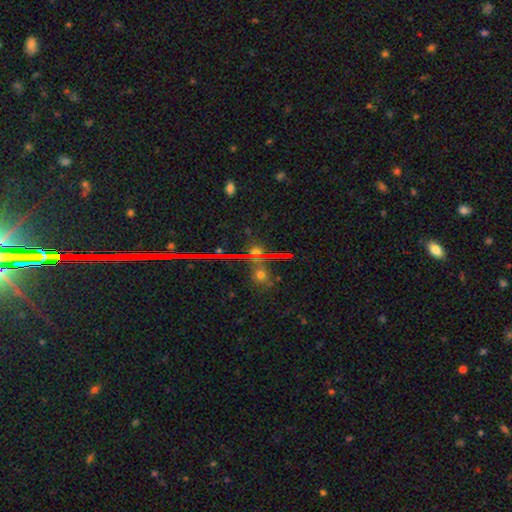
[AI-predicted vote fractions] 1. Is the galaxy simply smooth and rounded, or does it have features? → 60% star or artifact, 23% smooth, 17% featured or disk.